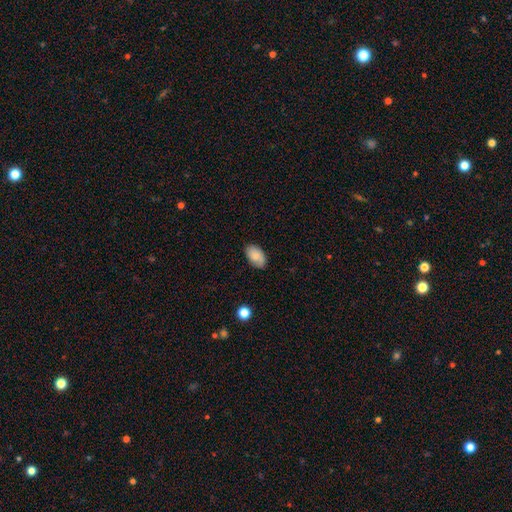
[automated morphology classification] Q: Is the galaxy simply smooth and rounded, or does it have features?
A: smooth — 81%.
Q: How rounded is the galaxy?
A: in between — 91%.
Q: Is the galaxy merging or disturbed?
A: none — 77%.